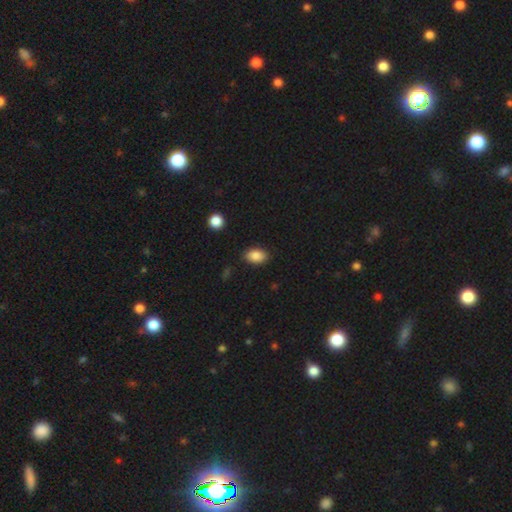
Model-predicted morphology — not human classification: type=smooth (86%); roundness=in between (86%); merging=none (83%).